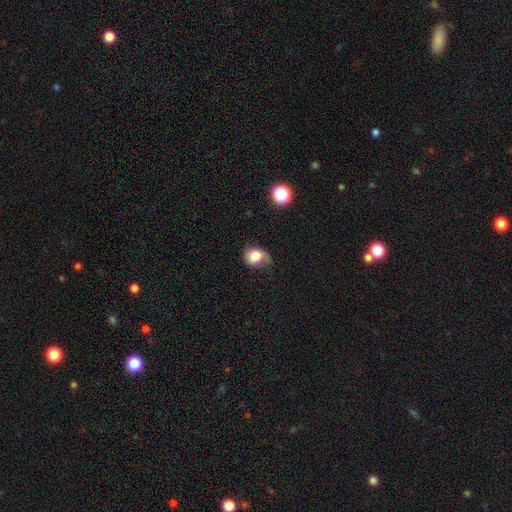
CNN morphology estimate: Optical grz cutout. It shows a smooth galaxy with no disk features (72%) that is in between round and cigar-shaped (50%). Merging: none (43%).